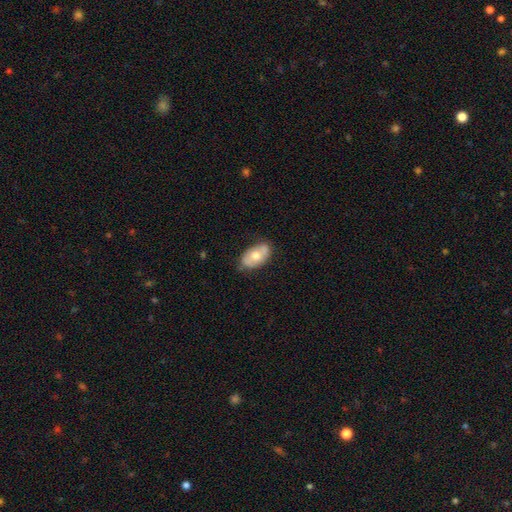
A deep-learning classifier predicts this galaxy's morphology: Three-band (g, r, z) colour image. It shows a smooth galaxy with no disk features (59%) that is in between round and cigar-shaped (92%). Merging: none (73%).